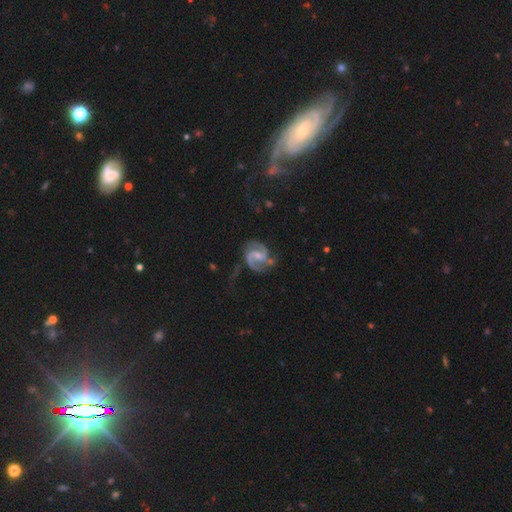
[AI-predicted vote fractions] Smooth or featured: featured or disk — 91% (smooth — 5%)
Edge-on disk: no — 98% (yes — 2%)
Bar: weak — 54% (no — 25%)
Spiral arms: yes — 98% (no — 2%)
Spiral winding: medium — 59% (loose — 23%)
Spiral arm count: 2 — 91% (can't tell — 2%)
Bulge size: small — 49% (moderate — 33%)
Merging: none — 63% (minor disturbance — 20%)